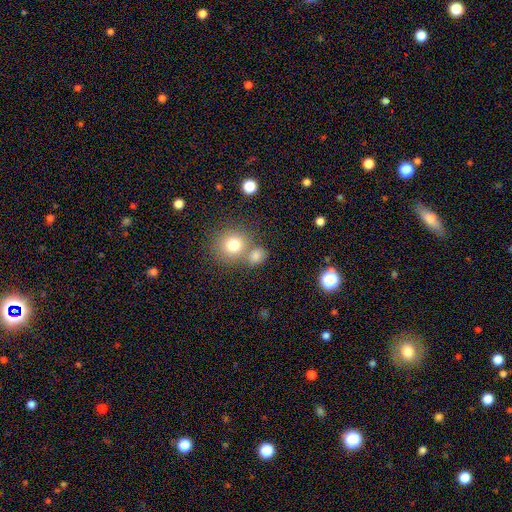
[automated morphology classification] Smooth or featured: smooth — 77% (star or artifact — 14%)
How rounded: round — 69% (in between — 30%)
Merging: none — 53% (merger — 31%)